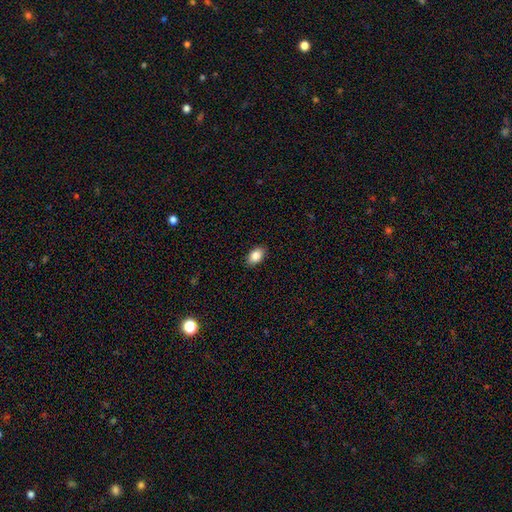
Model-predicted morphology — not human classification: A smooth galaxy with no disk features (86%) that is in between round and cigar-shaped (89%).

Vote fractions:
- Smooth or featured? smooth: 86% / star or artifact: 8% / featured or disk: 7%
- How rounded? in between: 89% / round: 10% / cigar-shaped: 1%
- Merging? none: 89% / minor disturbance: 8% / major disturbance: 2% / merger: 1%